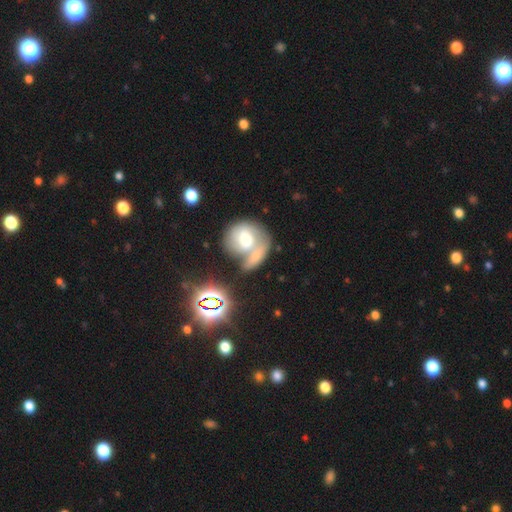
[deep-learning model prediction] Smooth or featured: smooth — 55% (featured or disk — 31%)
How rounded: round — 60% (in between — 36%)
Merging: merger — 52% (none — 28%)